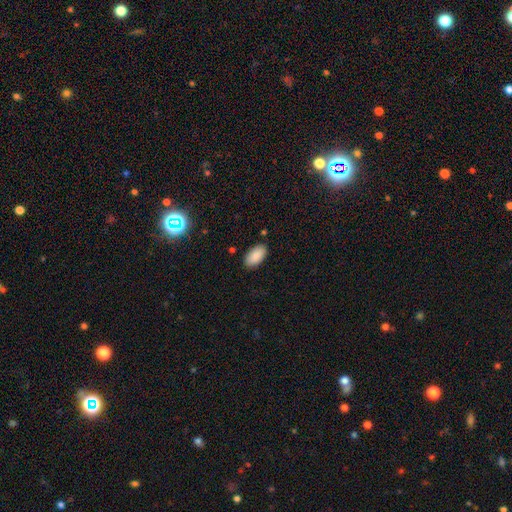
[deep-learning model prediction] A smooth galaxy with no disk features (89%) that is in between round and cigar-shaped (95%). Merging: none (87%).